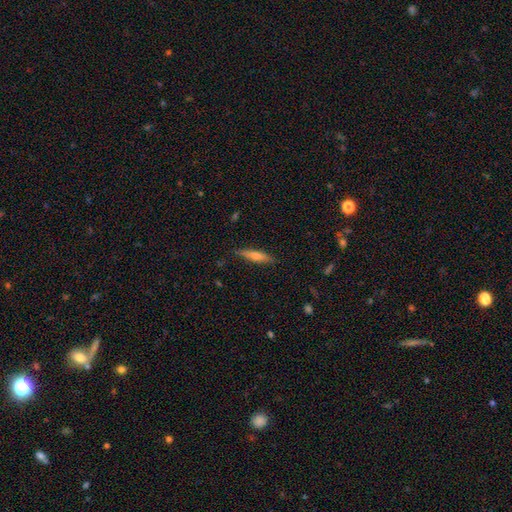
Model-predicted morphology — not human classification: Smooth or featured? Predicted: smooth (p=0.49). Merging? Predicted: none (p=0.86).